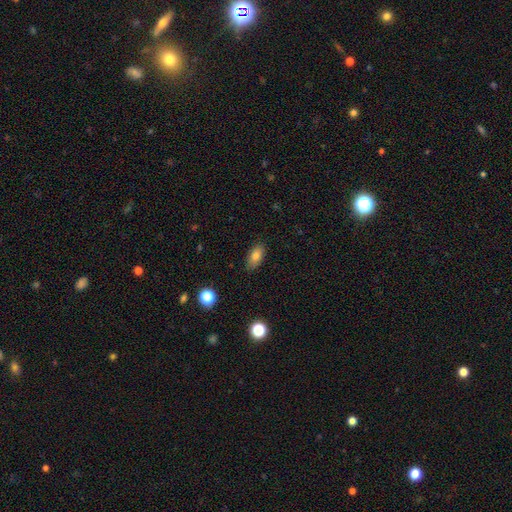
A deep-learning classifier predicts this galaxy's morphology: Smooth or featured? Predicted: smooth (p=0.81). How rounded? Predicted: in between (p=0.88). Merging? Predicted: none (p=0.85).